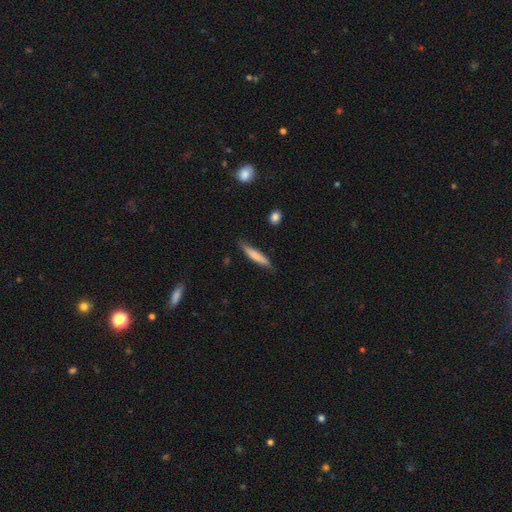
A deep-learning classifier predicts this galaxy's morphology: This is likely a smooth galaxy (75%). How rounded: clearly cigar-shaped (88%). Merging: clearly none (80%).